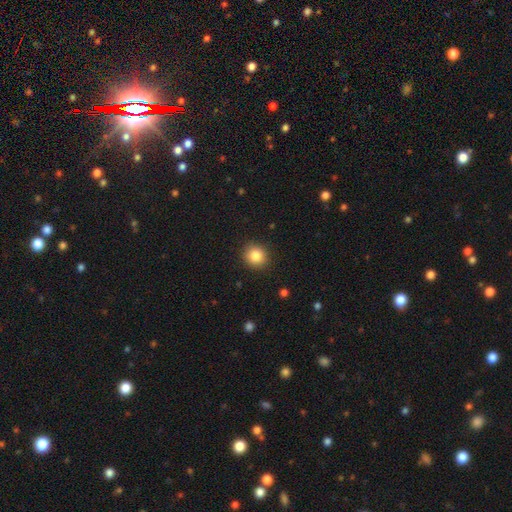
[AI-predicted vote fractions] This is clearly a smooth galaxy (84%). How rounded: clearly round (87%). Merging: clearly none (90%).